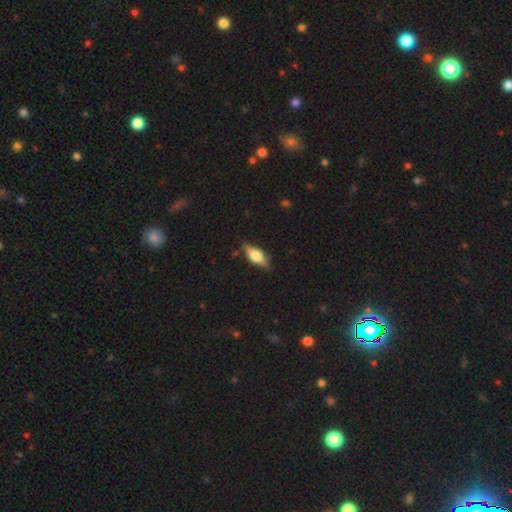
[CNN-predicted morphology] featured or disk 57%, smooth 36%, star or artifact 7%. Down the decision tree: edge-on disk — yes (93%); edge-on bulge — rounded (85%); merging — none (82%).